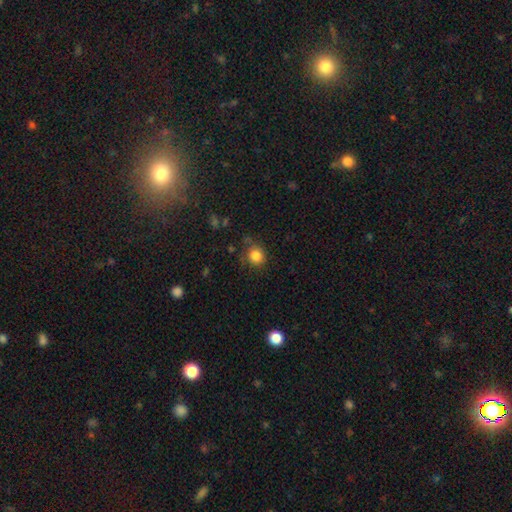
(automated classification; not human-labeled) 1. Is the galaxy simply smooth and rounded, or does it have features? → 84% smooth, 10% star or artifact, 6% featured or disk.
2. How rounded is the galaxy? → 84% round, 15% in between, 1% cigar-shaped.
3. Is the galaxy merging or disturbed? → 71% none, 20% minor disturbance, 6% major disturbance, 3% merger.